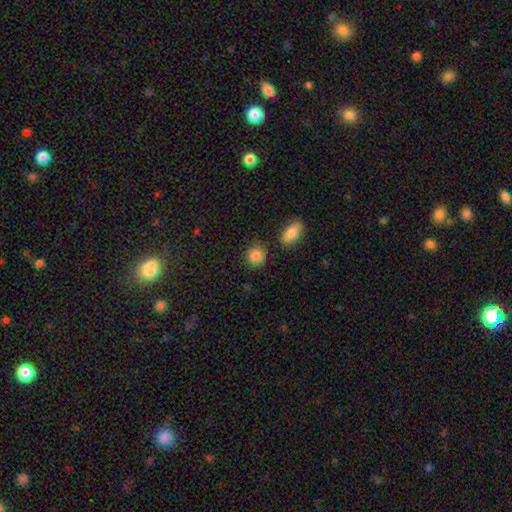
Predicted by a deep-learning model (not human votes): smooth_or_featured: smooth (p=0.87) [alt: star or artifact p=0.08]
how_rounded: round (p=0.85) [alt: in between p=0.14]
merging: none (p=0.84) [alt: minor disturbance p=0.09]